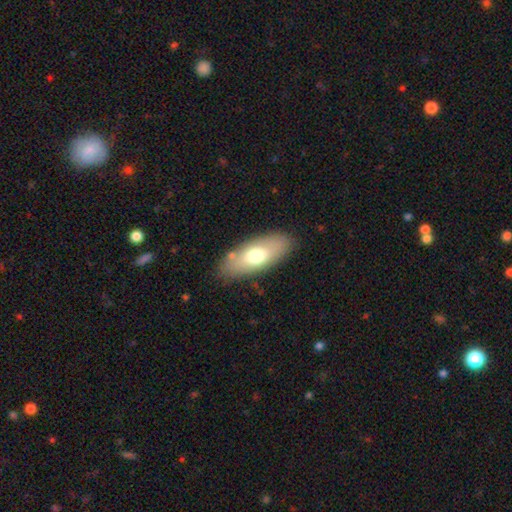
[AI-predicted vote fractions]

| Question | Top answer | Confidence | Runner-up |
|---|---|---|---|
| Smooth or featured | smooth | 68% | featured or disk (25%) |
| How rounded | in between | 82% | cigar-shaped (16%) |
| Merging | none | 82% | minor disturbance (11%) |